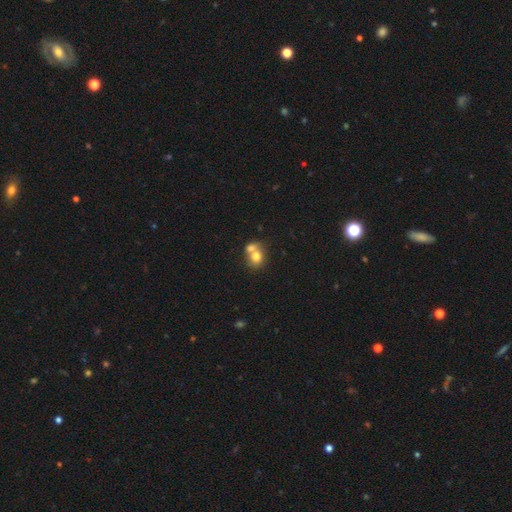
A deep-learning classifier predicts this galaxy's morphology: A smooth galaxy with no disk features (73%) that is round (69%). Merging: merger (60%).